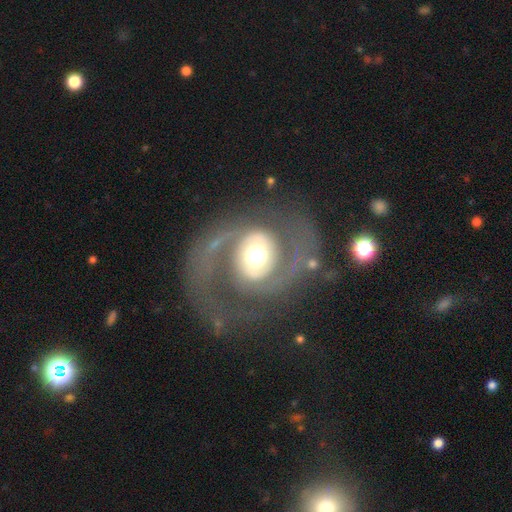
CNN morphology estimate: This appears to be a featured or disk galaxy (80%) with no bar (65%), 2 (84%) medium (44%) spiral arms (80%) and a moderate central bulge (45%). Merging: none (67%).